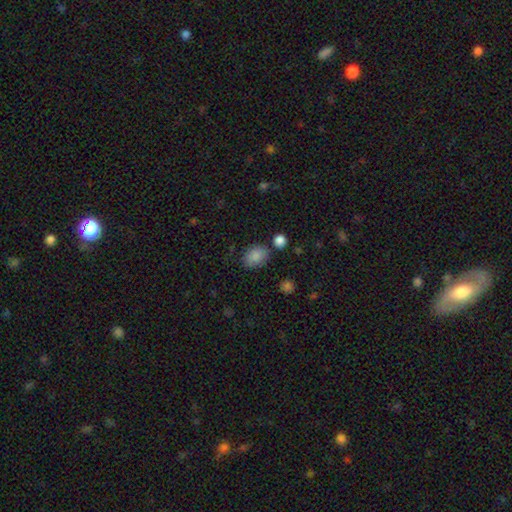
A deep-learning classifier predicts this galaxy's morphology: Smooth or featured?
  - smooth: 86% *
  - star or artifact: 9%
  - featured or disk: 5%
How rounded?
  - in between: 73% *
  - round: 26%
  - cigar-shaped: 1%
Merging?
  - none: 74% *
  - minor disturbance: 16%
  - merger: 5%
  - major disturbance: 4%